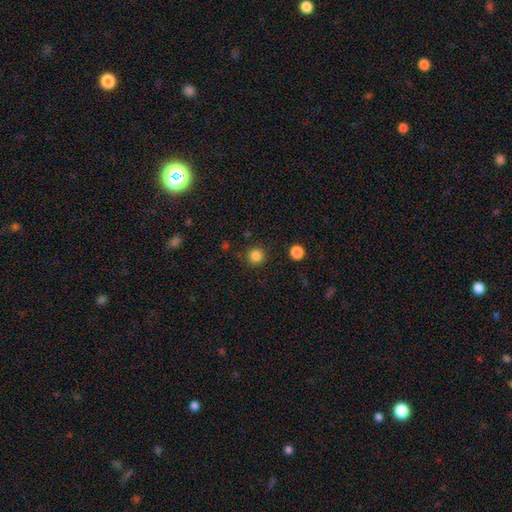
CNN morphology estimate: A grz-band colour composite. It shows a smooth galaxy with no disk features (84%) that is round (95%). Merging: none (89%).